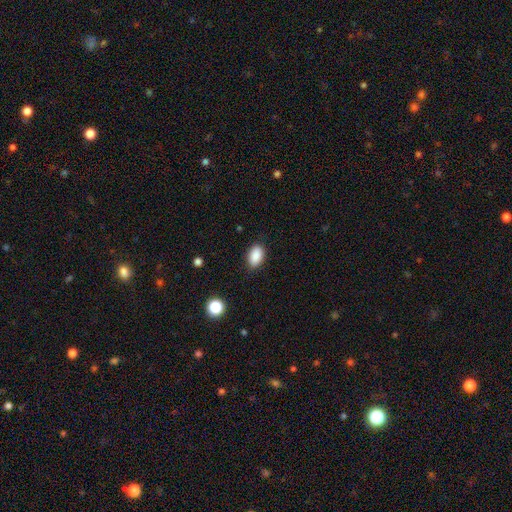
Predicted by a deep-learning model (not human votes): smooth_or_featured: smooth (p=0.89) [alt: star or artifact p=0.08]
how_rounded: in between (p=0.91) [alt: round p=0.08]
merging: none (p=0.86) [alt: minor disturbance p=0.10]